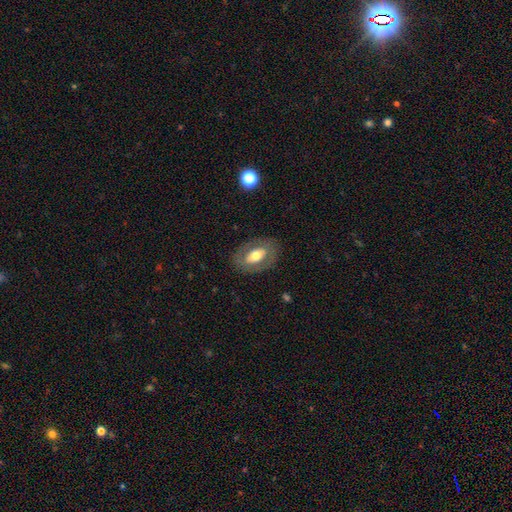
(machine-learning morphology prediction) This appears to be a smooth galaxy with no disk features (50%) that is in between round and cigar-shaped (87%). Merging: none (81%).